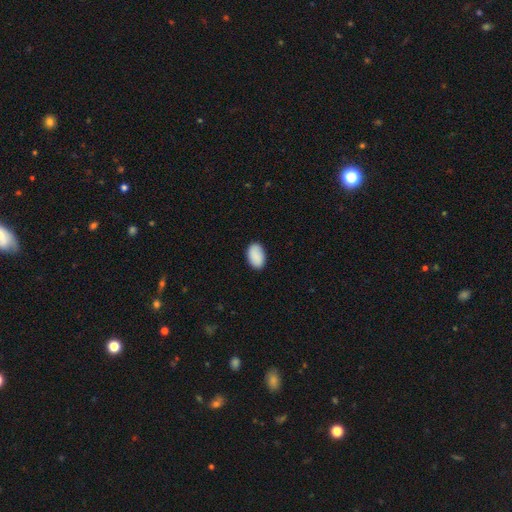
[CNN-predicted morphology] Overall: smooth (90%). How rounded: in between (92%). Merging: none (87%).